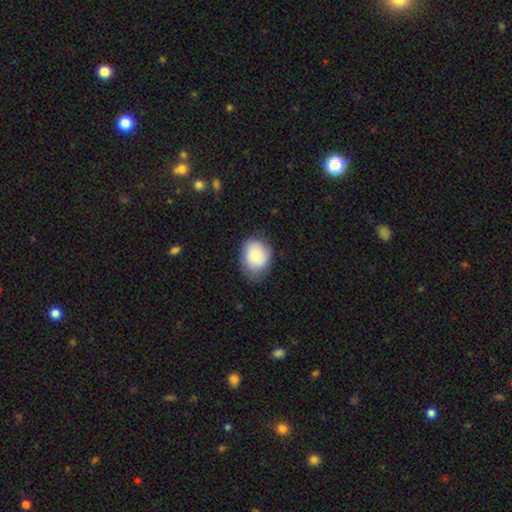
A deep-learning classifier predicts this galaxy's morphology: Smooth or featured? Predicted: smooth (p=0.79). How rounded? Predicted: round (p=0.54). Merging? Predicted: none (p=0.72).